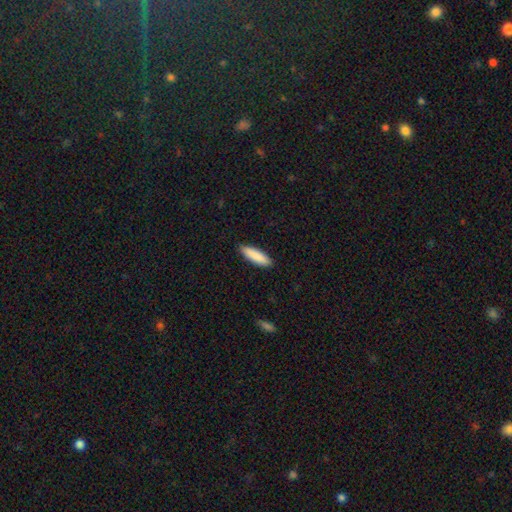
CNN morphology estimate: smooth-or-featured: smooth: 89% | featured or disk: 6% | star or artifact: 5%
  how-rounded: cigar-shaped: 57% | in between: 42% | round: 1%
  merging: none: 88% | minor disturbance: 9% | major disturbance: 2% | merger: 1%